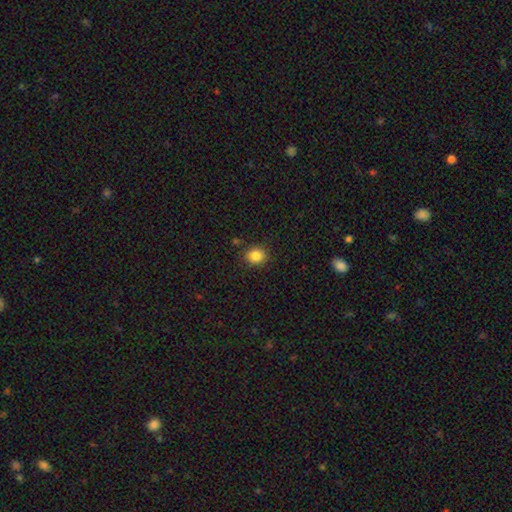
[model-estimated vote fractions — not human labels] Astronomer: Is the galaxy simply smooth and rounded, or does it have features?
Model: smooth — 85%.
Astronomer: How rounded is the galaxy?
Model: round — 76%.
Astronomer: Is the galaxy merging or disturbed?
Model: none — 87%.